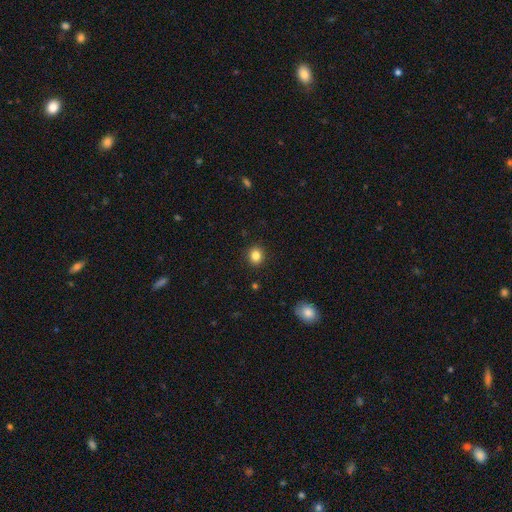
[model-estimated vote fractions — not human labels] Morphology: type=smooth (84%); roundness=round (74%); merging=none (91%).